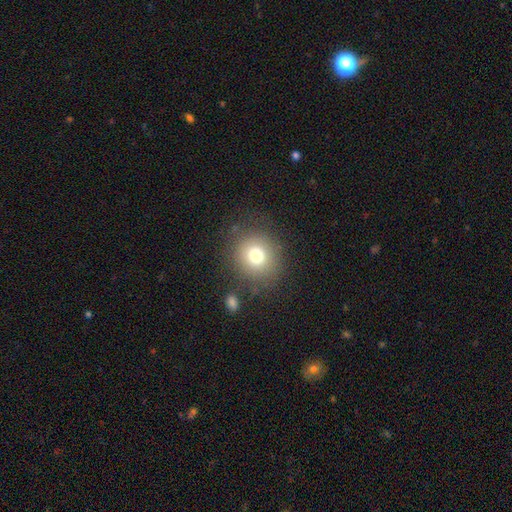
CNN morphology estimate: smooth-or-featured: smooth: 75% | star or artifact: 13% | featured or disk: 12%
  how-rounded: round: 87% | in between: 12% | cigar-shaped: 1%
  merging: none: 81% | minor disturbance: 10% | major disturbance: 5% | merger: 3%